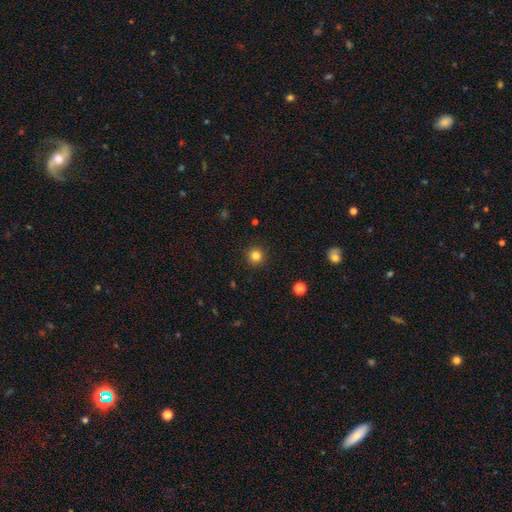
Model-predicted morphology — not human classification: A smooth galaxy with no disk features (82%) that is round (96%).

Vote fractions:
- Smooth or featured? smooth: 82% / star or artifact: 13% / featured or disk: 5%
- How rounded? round: 96% / in between: 3% / cigar-shaped: 1%
- Merging? none: 93% / minor disturbance: 5% / major disturbance: 2% / merger: 1%